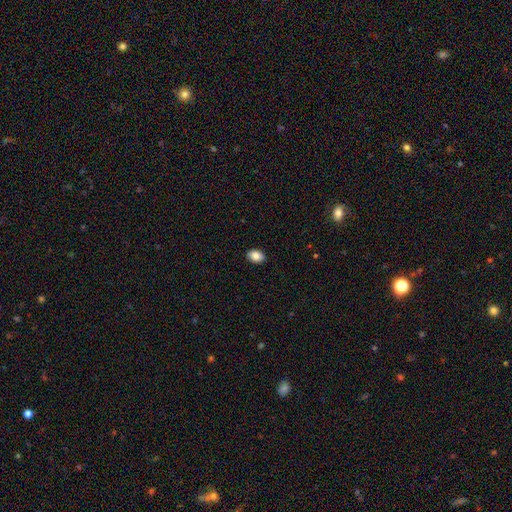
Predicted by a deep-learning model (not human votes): This appears to be a smooth galaxy with no disk features (84%) that is in between round and cigar-shaped (76%). Merging: none (91%).